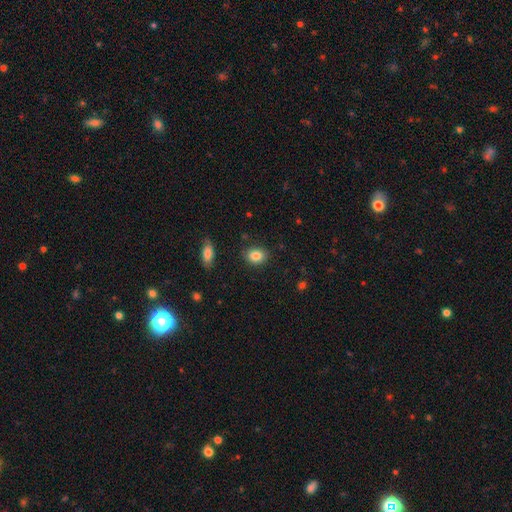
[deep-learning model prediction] This appears to be a smooth galaxy with no disk features (85%) that is in between round and cigar-shaped (57%). Merging: none (85%).